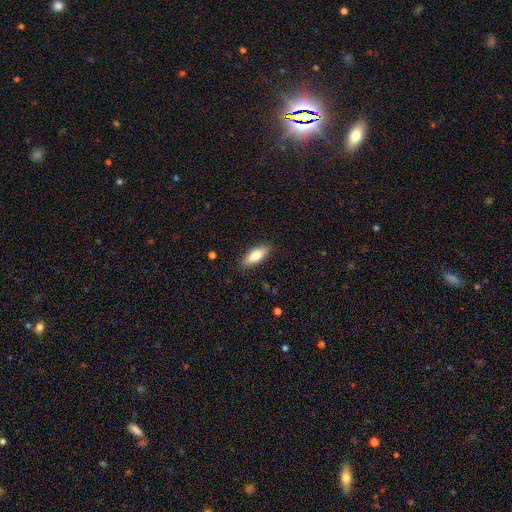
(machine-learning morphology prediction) smooth 75%, featured or disk 18%, star or artifact 6%. Down the decision tree: how rounded — in between (69%); merging — none (87%).